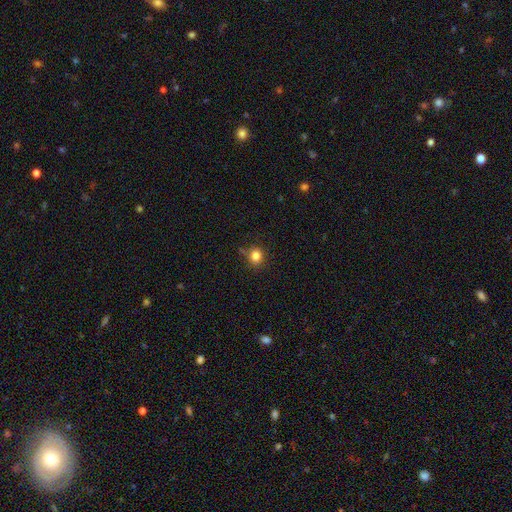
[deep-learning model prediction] Morphology: type=smooth (82%); roundness=round (83%); merging=none (79%).